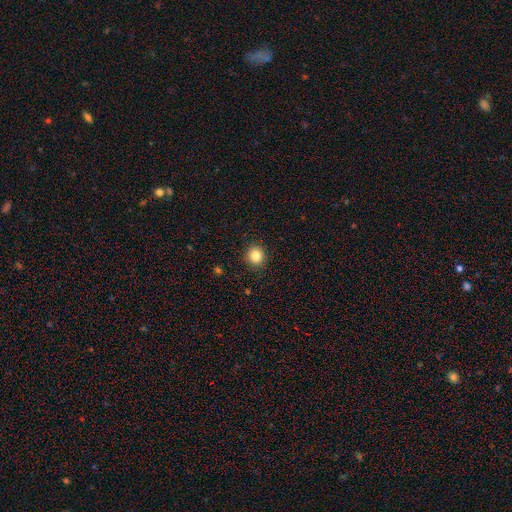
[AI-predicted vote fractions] This appears to be a smooth galaxy with no disk features (84%) that is round (87%). Merging: none (91%).